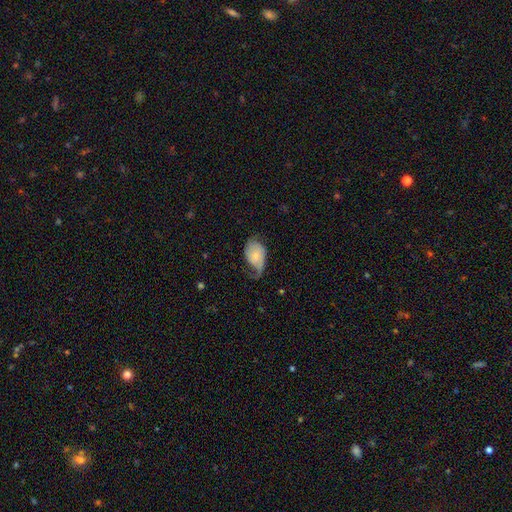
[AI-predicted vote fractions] Smooth or featured? featured or disk (55%)
Edge-on disk? no (96%)
Bar? no (72%)
Spiral arms? yes (83%)
Bulge size? small (61%)
Merging? minor disturbance (34%, tied with major disturbance)